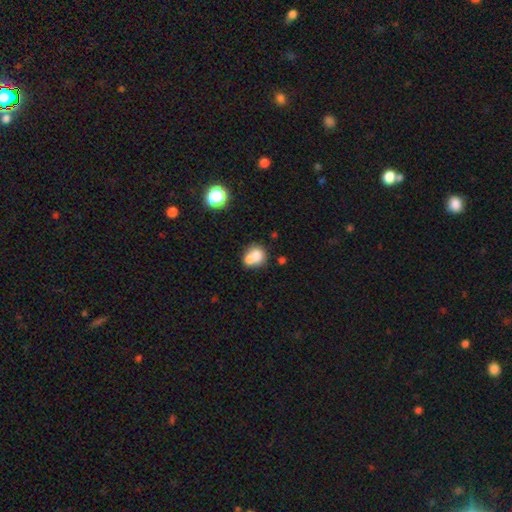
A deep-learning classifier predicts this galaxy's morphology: Smooth or featured?
  - smooth: 72% *
  - featured or disk: 18%
  - star or artifact: 11%
How rounded?
  - round: 70% *
  - in between: 29%
  - cigar-shaped: 1%
Merging?
  - merger: 57% *
  - none: 31%
  - minor disturbance: 8%
  - major disturbance: 4%